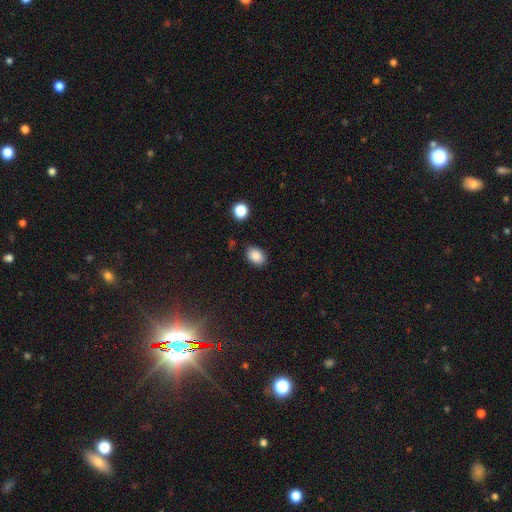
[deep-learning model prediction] Overall: smooth (87%). How rounded: in between (81%). Merging: none (84%).